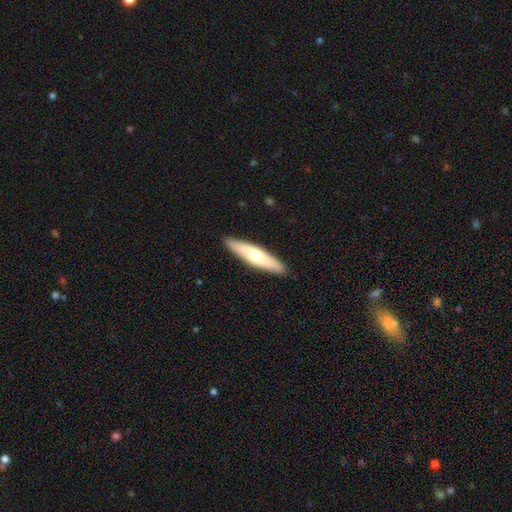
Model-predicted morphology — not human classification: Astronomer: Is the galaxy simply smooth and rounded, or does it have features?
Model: smooth — 59% (runner-up: featured or disk, 36%).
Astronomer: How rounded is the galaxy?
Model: cigar-shaped — 78%.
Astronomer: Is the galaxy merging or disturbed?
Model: none — 90%.